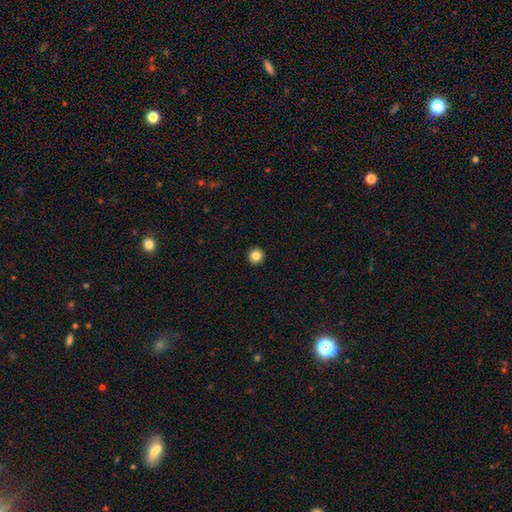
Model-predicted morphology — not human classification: type=smooth (85%); roundness=round (96%); merging=none (94%).